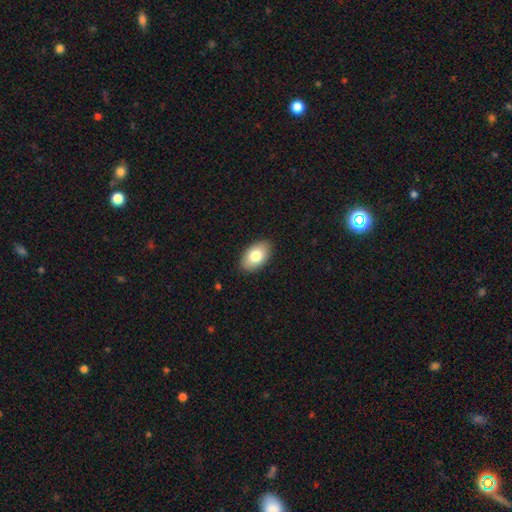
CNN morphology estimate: A smooth galaxy with no disk features (80%) that is in between round and cigar-shaped (93%). Merging: none (88%).